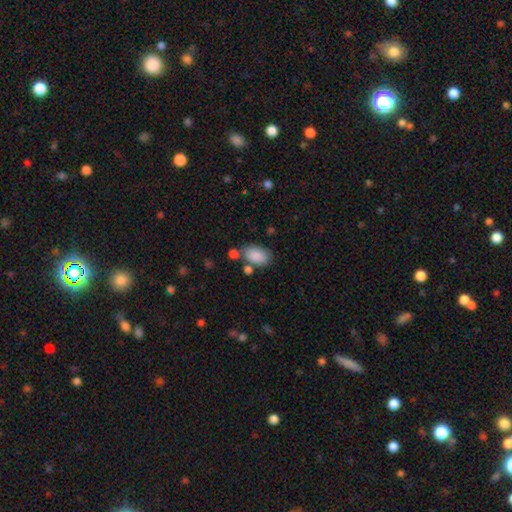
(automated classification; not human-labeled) smooth-or-featured: smooth: 87% | star or artifact: 7% | featured or disk: 6%
  how-rounded: in between: 93% | round: 6% | cigar-shaped: 2%
  merging: none: 64% | minor disturbance: 15% | merger: 15% | major disturbance: 5%